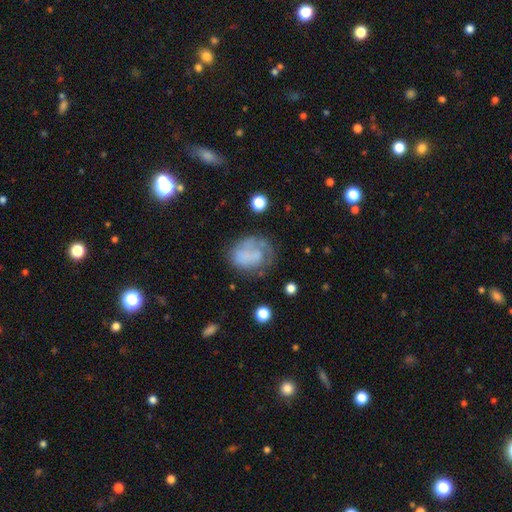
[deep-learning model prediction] Overall: smooth (49%; featured or disk 41%). Merging: none (43%; major disturbance 27%).